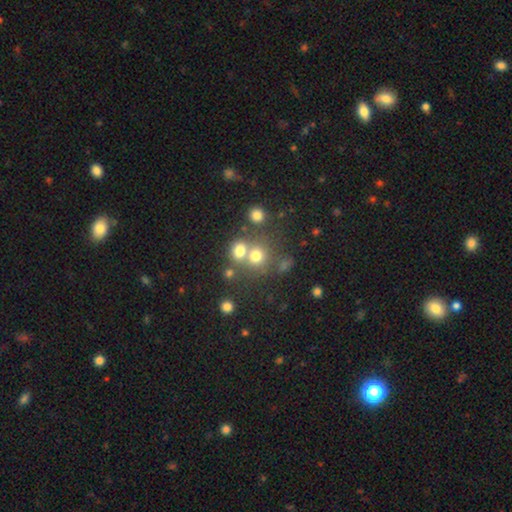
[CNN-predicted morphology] A smooth galaxy with no disk features (71%) that is round (79%).

Vote fractions:
- Smooth or featured? smooth: 71% / star or artifact: 17% / featured or disk: 12%
- How rounded? round: 79% / in between: 20% / cigar-shaped: 1%
- Merging? none: 50% / merger: 37% / minor disturbance: 8% / major disturbance: 5%